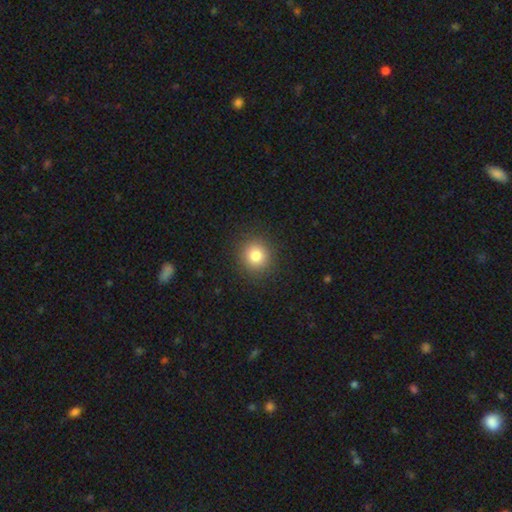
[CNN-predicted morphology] Smooth or featured: smooth — 82% (star or artifact — 11%)
How rounded: round — 90% (in between — 9%)
Merging: none — 91% (minor disturbance — 6%)